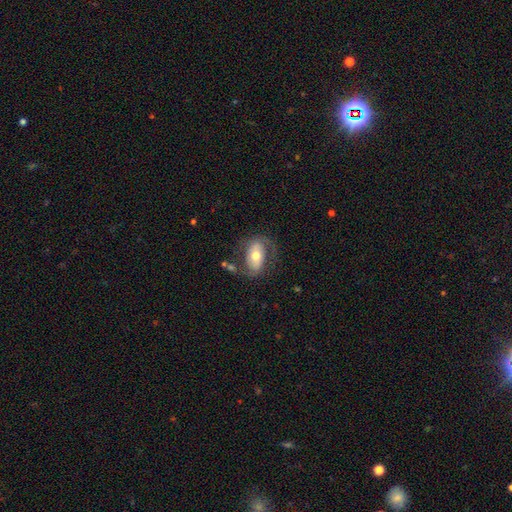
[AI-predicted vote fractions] smooth-or-featured: featured or disk: 64% | smooth: 30% | star or artifact: 6%
  disk-edge-on: no: 94% | yes: 6%
    bar: no: 40% | weak: 32% | strong: 28%
    has-spiral-arms: yes: 80% | no: 20%
    bulge-size: moderate: 70% | small: 17% | large: 11% | dominant: 1% | none: 1%
  merging: none: 63% | minor disturbance: 19% | major disturbance: 14% | merger: 4%